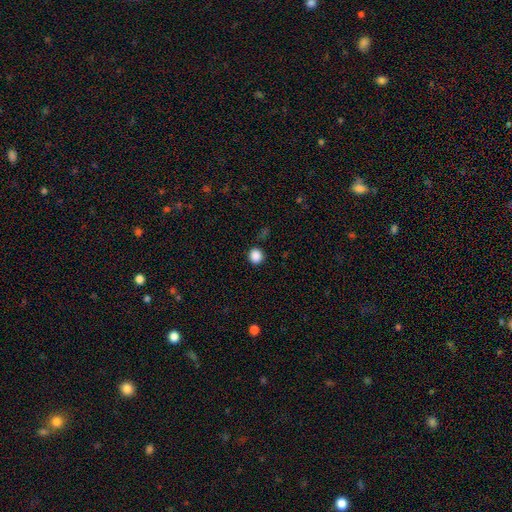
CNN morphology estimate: Smooth or featured: smooth — 87% (star or artifact — 10%)
How rounded: round — 88% (in between — 11%)
Merging: none — 89% (minor disturbance — 7%)